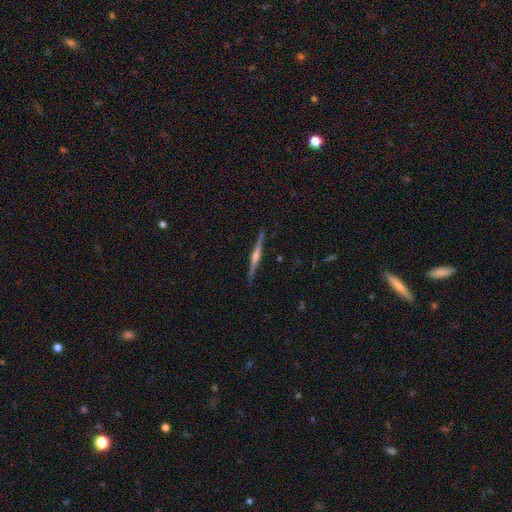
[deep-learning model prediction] This appears to be a featured or disk galaxy (82%) viewed edge-on (99%) with a rounded central bulge (75%). Merging: none (91%).